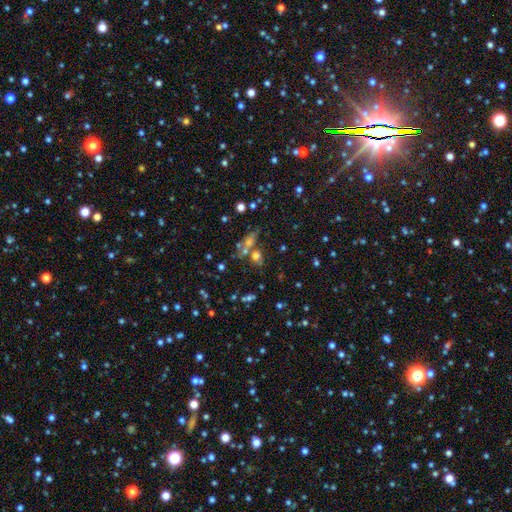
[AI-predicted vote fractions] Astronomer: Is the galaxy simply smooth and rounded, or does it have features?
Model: smooth — 56%.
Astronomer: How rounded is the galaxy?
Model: round — 66%.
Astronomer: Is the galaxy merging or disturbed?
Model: none — 50% (runner-up: merger, 32%).